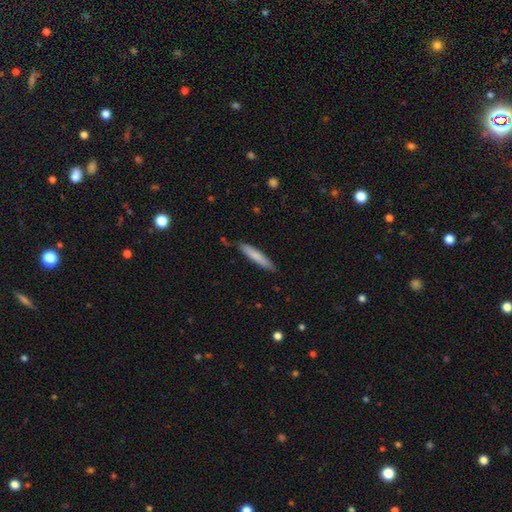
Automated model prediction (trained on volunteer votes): A smooth galaxy with no disk features (77%) that is cigar-shaped (91%). Merging: none (84%).